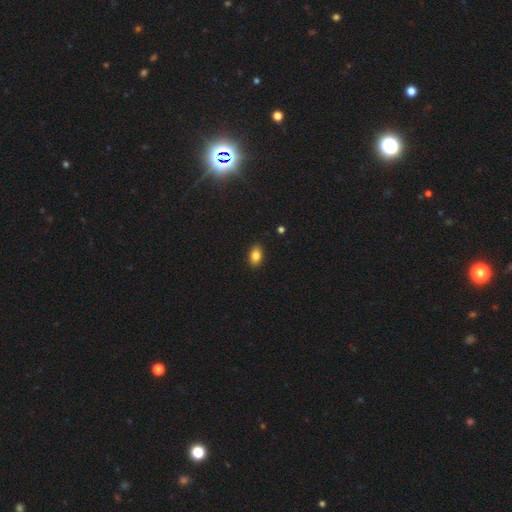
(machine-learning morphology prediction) The model was most divided on "smooth or featured": smooth: 84%, star or artifact: 9%, featured or disk: 7%. More confident: merging — none (89%); how rounded — in between (87%).